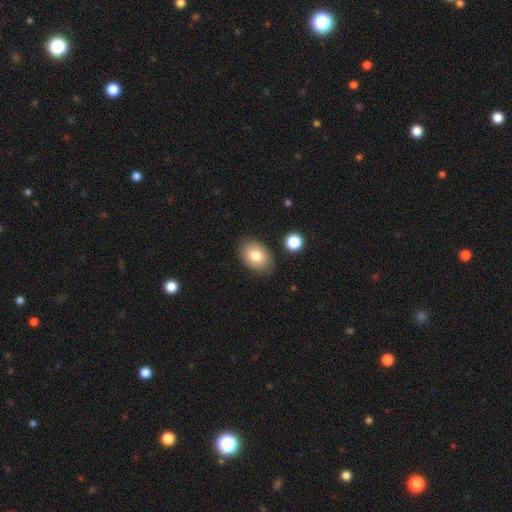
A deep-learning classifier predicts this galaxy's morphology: Smooth or featured?
  - smooth: 81% *
  - featured or disk: 11%
  - star or artifact: 8%
How rounded?
  - in between: 84% *
  - round: 15%
  - cigar-shaped: 1%
Merging?
  - none: 83% *
  - minor disturbance: 12%
  - merger: 3%
  - major disturbance: 3%